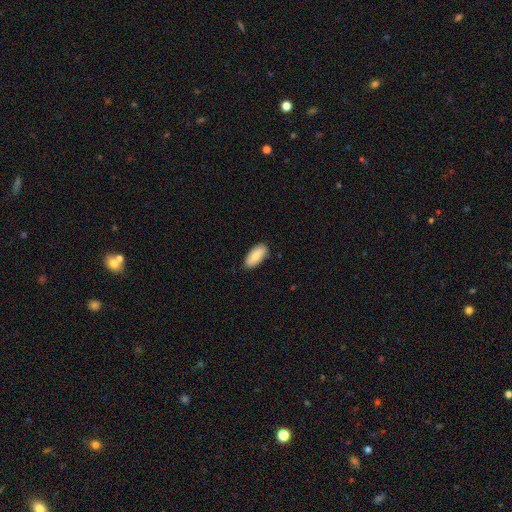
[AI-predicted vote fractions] This appears to be a smooth galaxy with no disk features (76%) that is in between round and cigar-shaped (91%). Merging: none (83%).